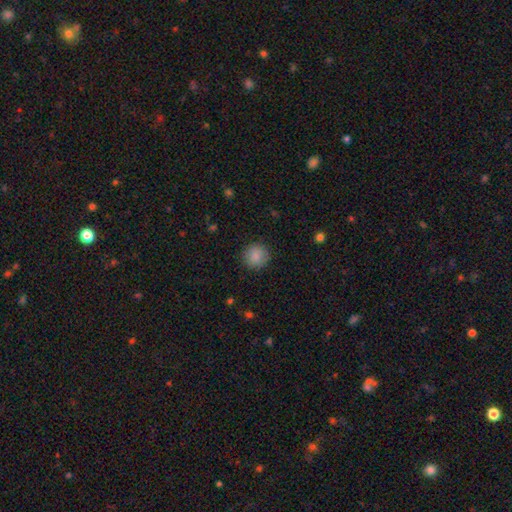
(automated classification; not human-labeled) Q: Smooth or featured?
A: smooth (87%); runner-up: star or artifact (8%)
Q: How rounded?
A: round (94%); runner-up: in between (5%)
Q: Merging?
A: none (90%); runner-up: minor disturbance (7%)